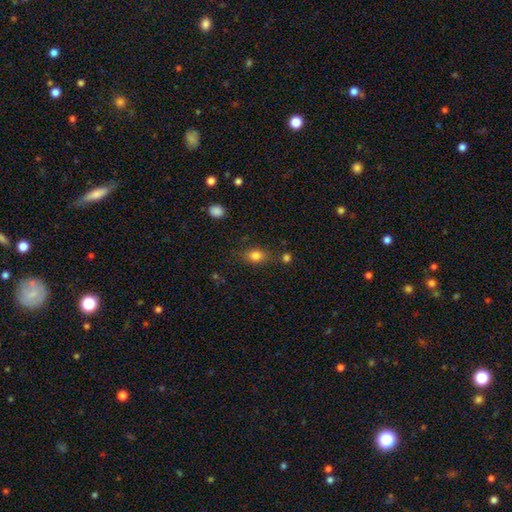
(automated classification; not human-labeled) A smooth galaxy with no disk features (82%) that is in between round and cigar-shaped (69%). Merging: none (75%).